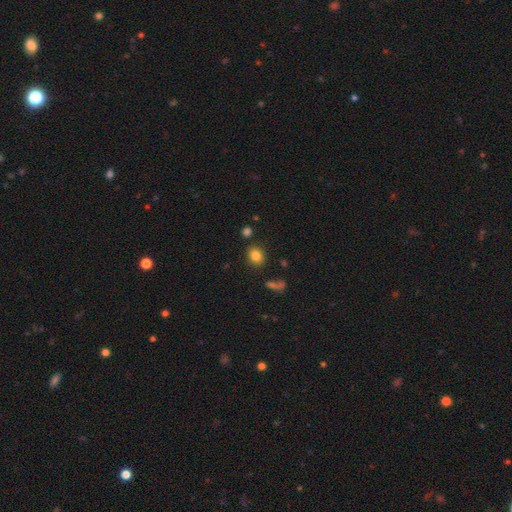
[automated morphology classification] Overall: smooth (84%). How rounded: round (64%; in between 35%). Merging: none (84%).